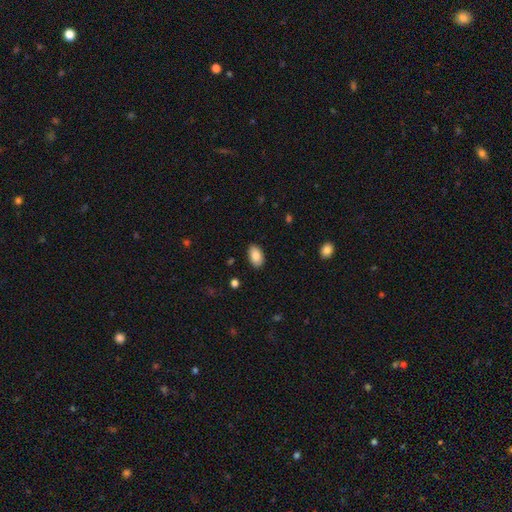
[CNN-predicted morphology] Smooth or featured? Predicted: smooth (p=0.87). How rounded? Predicted: in between (p=0.93). Merging? Predicted: none (p=0.87).